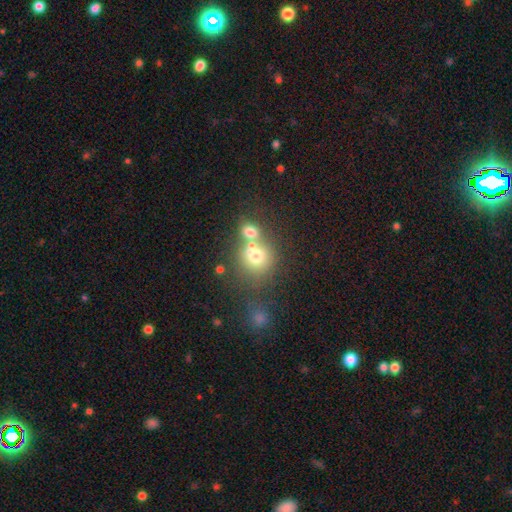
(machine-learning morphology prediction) Smooth or featured? smooth (68%)
How rounded? round (81%)
Merging? merger (50%)